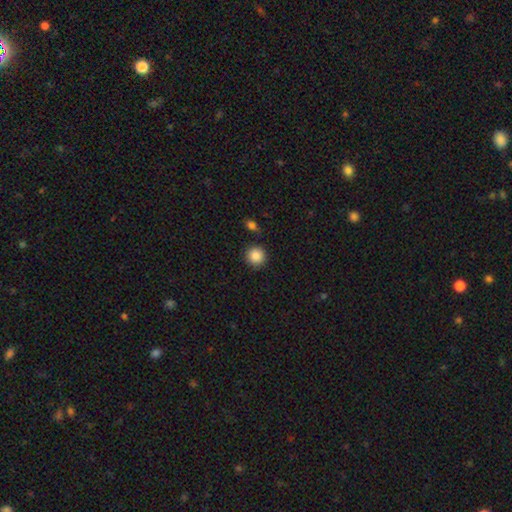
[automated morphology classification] A smooth galaxy with no disk features (87%) that is round (94%). Merging: none (88%).